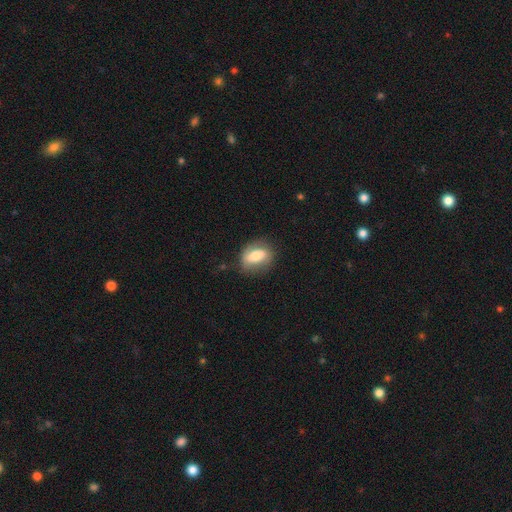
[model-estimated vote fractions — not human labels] Smooth or featured: smooth — 64% (featured or disk — 29%)
How rounded: in between — 77% (round — 19%)
Merging: none — 72% (minor disturbance — 20%)